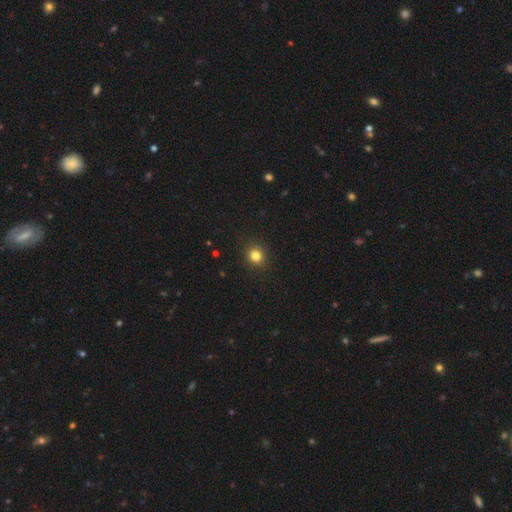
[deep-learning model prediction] This is clearly a smooth galaxy (82%). How rounded: clearly round (87%). Merging: clearly none (91%).